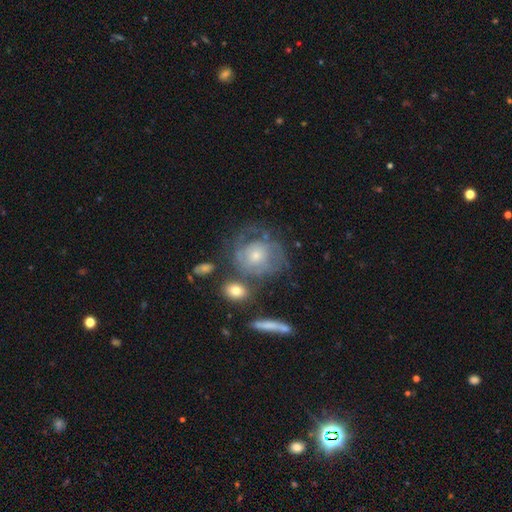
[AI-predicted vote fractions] Q: Smooth or featured?
A: featured or disk (66%); runner-up: smooth (26%)
Q: Edge-on disk?
A: no (96%); runner-up: yes (4%)
Q: Bar?
A: no (81%); runner-up: weak (16%)
Q: Spiral arms?
A: yes (74%); runner-up: no (26%)
Q: Bulge size?
A: small (57%); runner-up: moderate (35%)
Q: Merging?
A: none (50%); runner-up: major disturbance (21%)